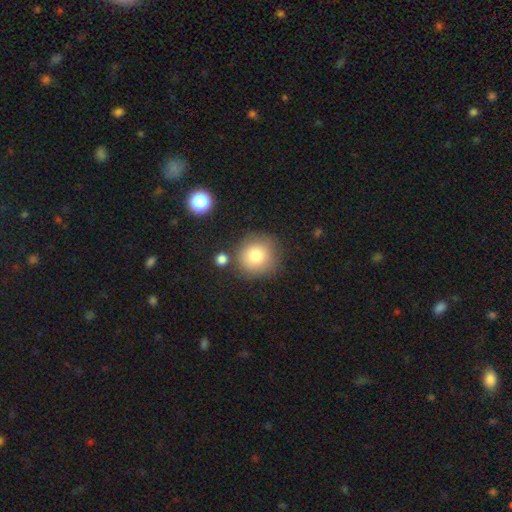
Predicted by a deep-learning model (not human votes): This is clearly a smooth galaxy (81%). How rounded: clearly round (92%). Merging: likely none (76%).